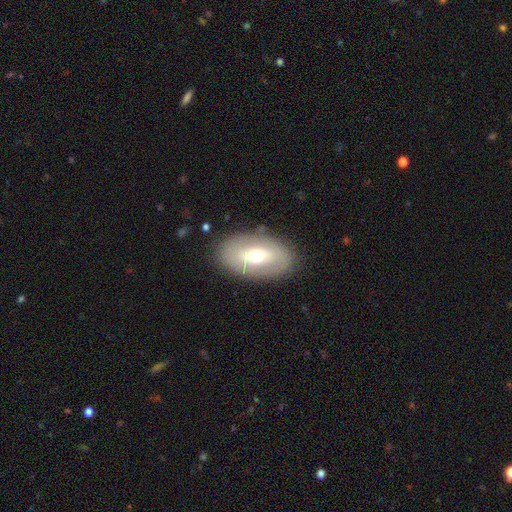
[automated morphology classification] Smooth or featured?
  - smooth: 48% *
  - featured or disk: 46%
  - star or artifact: 7%
Merging?
  - none: 83% *
  - minor disturbance: 11%
  - major disturbance: 4%
  - merger: 1%